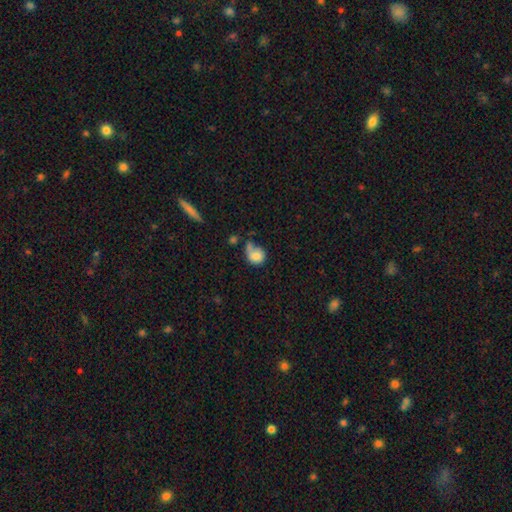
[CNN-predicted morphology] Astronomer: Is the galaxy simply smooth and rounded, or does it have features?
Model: smooth — 77%.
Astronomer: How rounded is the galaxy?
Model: round — 62%.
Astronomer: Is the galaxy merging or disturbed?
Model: none — 32% (runner-up: minor disturbance, 24%).